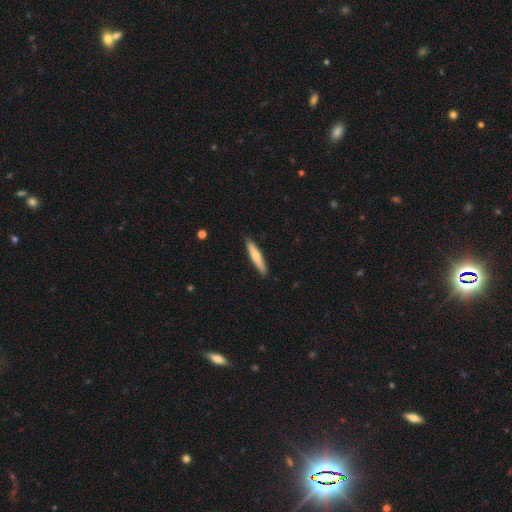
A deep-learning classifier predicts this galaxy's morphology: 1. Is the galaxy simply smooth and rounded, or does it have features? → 58% smooth, 37% featured or disk, 5% star or artifact.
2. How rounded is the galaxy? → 90% cigar-shaped, 8% in between, 1% round.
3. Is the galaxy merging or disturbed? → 90% none, 7% minor disturbance, 1% major disturbance, 1% merger.